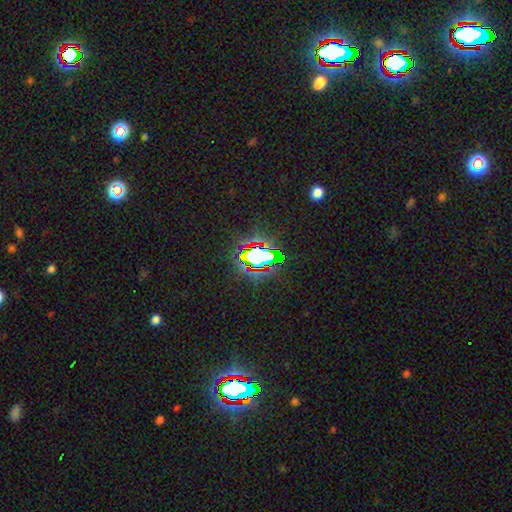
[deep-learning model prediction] Smooth or featured? Predicted: star or artifact (p=0.65).